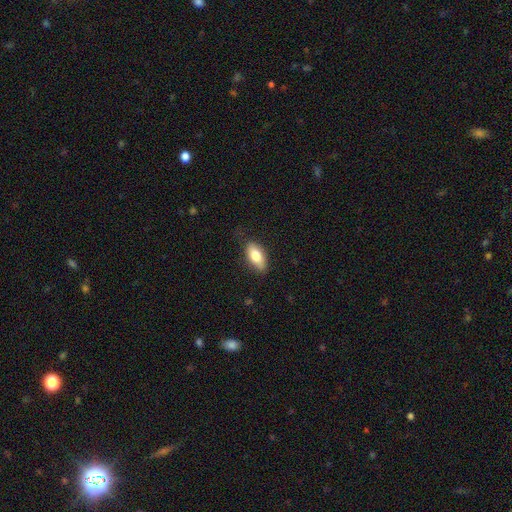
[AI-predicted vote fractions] smooth-or-featured: smooth: 79% | featured or disk: 15% | star or artifact: 6%
  how-rounded: in between: 87% | cigar-shaped: 10% | round: 3%
  merging: none: 80% | minor disturbance: 16% | major disturbance: 3% | merger: 1%